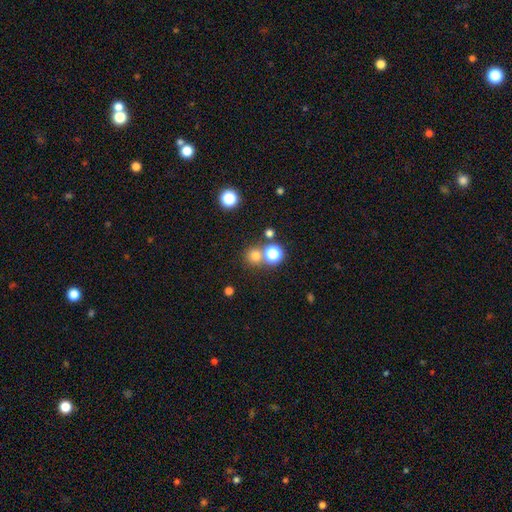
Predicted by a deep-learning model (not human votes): Morphology: type=smooth (72%); roundness=round (91%); merging=none (69%).